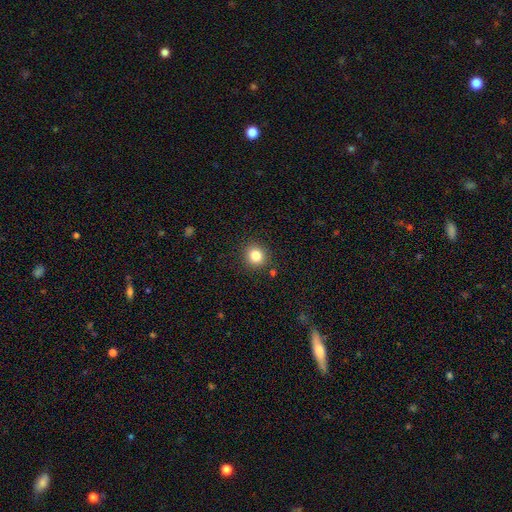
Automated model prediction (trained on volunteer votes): Q: Smooth or featured?
A: smooth (82%); runner-up: star or artifact (11%)
Q: How rounded?
A: round (86%); runner-up: in between (13%)
Q: Merging?
A: none (89%); runner-up: minor disturbance (7%)